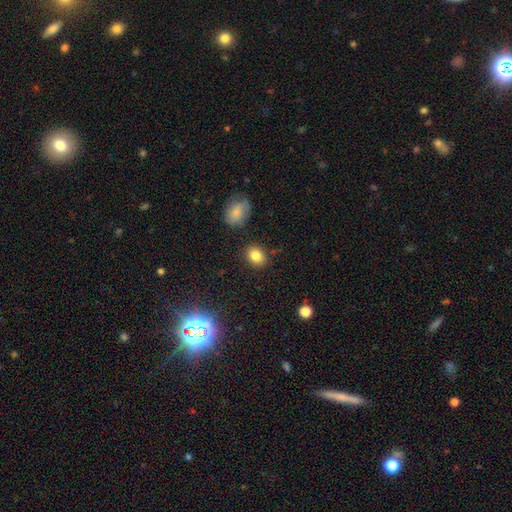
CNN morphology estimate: smooth_or_featured: smooth (p=0.84) [alt: star or artifact p=0.10]
how_rounded: round (p=0.50) [alt: in between p=0.49]
merging: none (p=0.84) [alt: minor disturbance p=0.10]